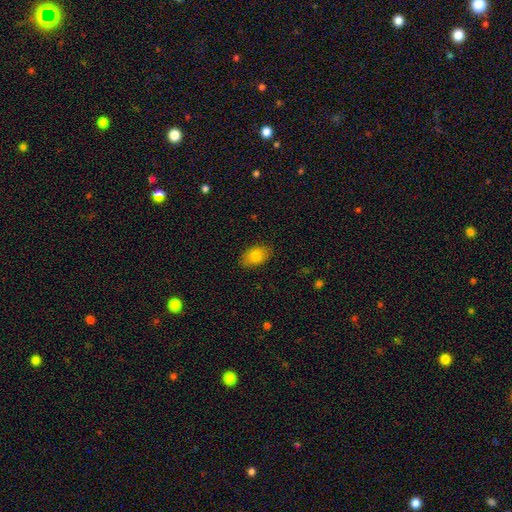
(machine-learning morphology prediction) smooth_or_featured: smooth (p=0.81) [alt: featured or disk p=0.11]
how_rounded: in between (p=0.90) [alt: round p=0.08]
merging: none (p=0.86) [alt: minor disturbance p=0.11]